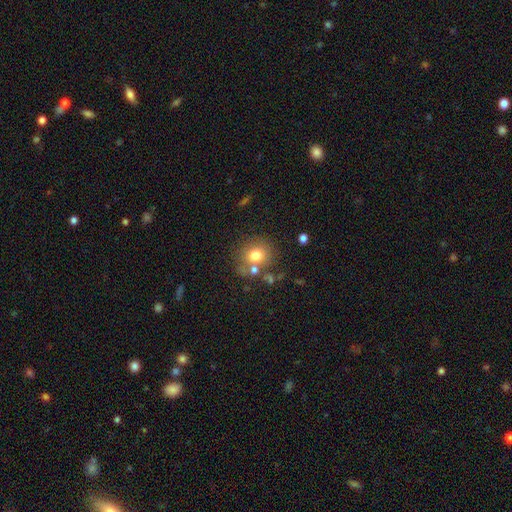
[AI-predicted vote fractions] smooth_or_featured: smooth (p=0.75) [alt: featured or disk p=0.13]
how_rounded: round (p=0.76) [alt: in between p=0.23]
merging: none (p=0.64) [alt: merger p=0.16]